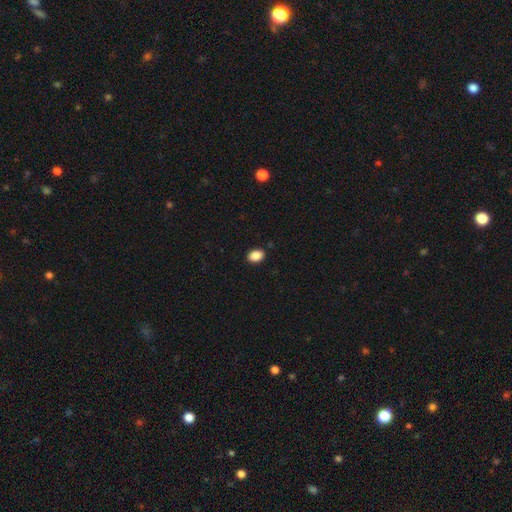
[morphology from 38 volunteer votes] Smooth or featured? 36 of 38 (95%) said smooth. How rounded? 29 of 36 (81%) said in between. Merging? 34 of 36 (94%) said none.